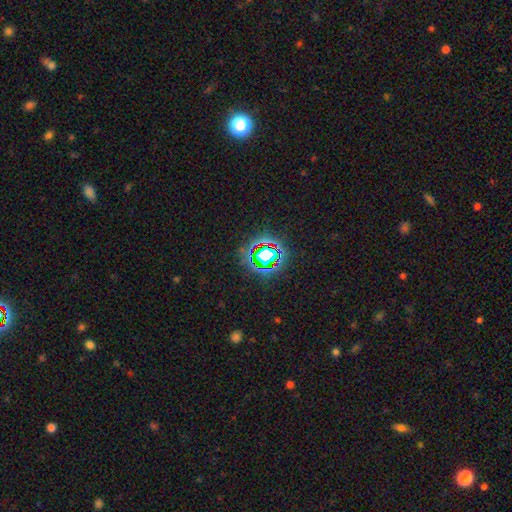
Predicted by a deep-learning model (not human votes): Smooth or featured? Predicted: star or artifact (p=0.68).